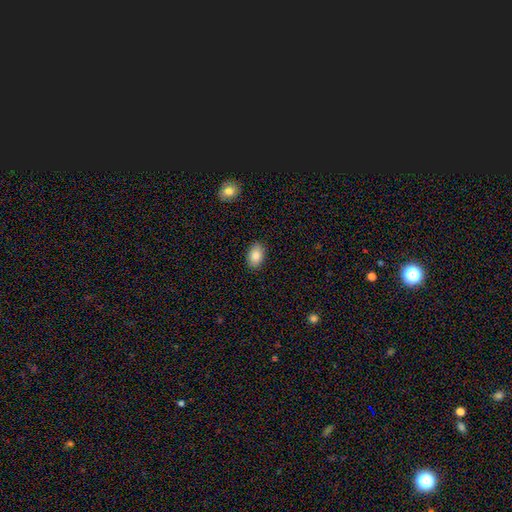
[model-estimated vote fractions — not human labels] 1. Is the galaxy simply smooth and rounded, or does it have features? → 86% smooth, 7% star or artifact, 7% featured or disk.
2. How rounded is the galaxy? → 89% in between, 9% round, 1% cigar-shaped.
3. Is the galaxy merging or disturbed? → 88% none, 9% minor disturbance, 2% major disturbance, 1% merger.